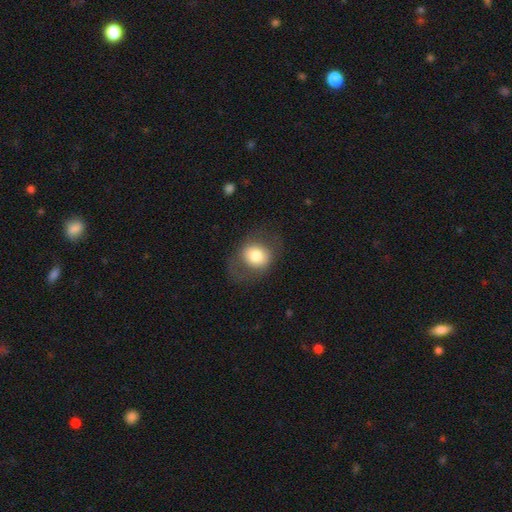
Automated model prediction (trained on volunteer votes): The model was most divided on "how rounded": round: 64%, in between: 35%, cigar-shaped: 1%. More confident: smooth or featured — smooth (70%); merging — none (70%).